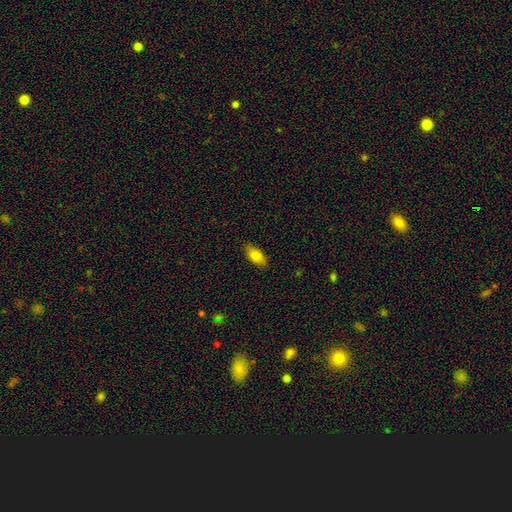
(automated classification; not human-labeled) This appears to be a smooth galaxy with no disk features (80%) that is in between round and cigar-shaped (88%). Merging: none (86%).